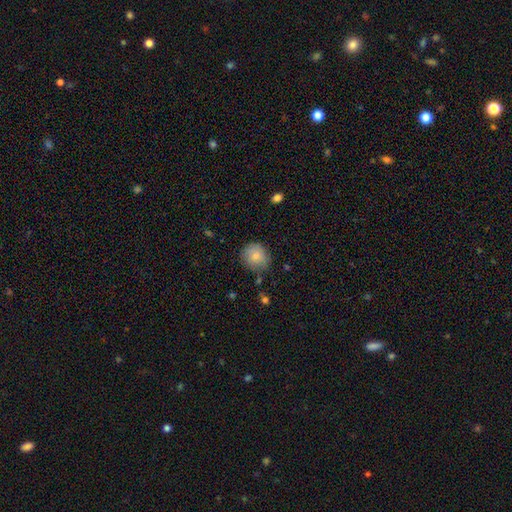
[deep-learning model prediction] smooth_or_featured: smooth (p=0.79) [alt: featured or disk p=0.13]
how_rounded: round (p=0.82) [alt: in between p=0.17]
merging: none (p=0.75) [alt: minor disturbance p=0.19]